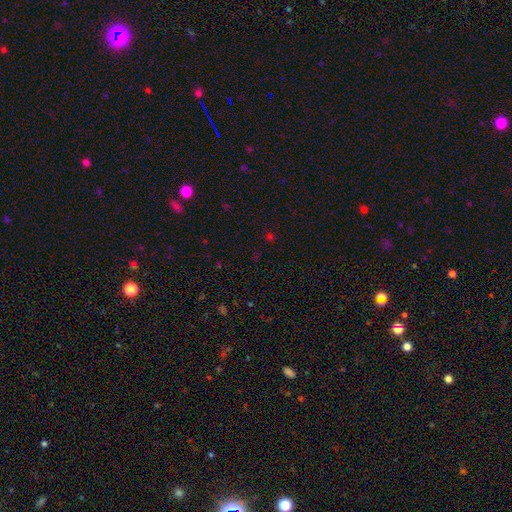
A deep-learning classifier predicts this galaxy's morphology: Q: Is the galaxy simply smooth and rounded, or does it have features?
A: star or artifact — 62%.